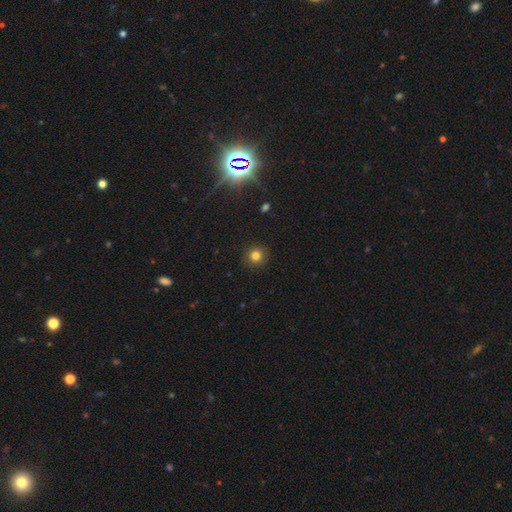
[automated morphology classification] Q: Smooth or featured?
A: smooth (80%); runner-up: star or artifact (14%)
Q: How rounded?
A: round (94%); runner-up: in between (5%)
Q: Merging?
A: none (91%); runner-up: minor disturbance (6%)